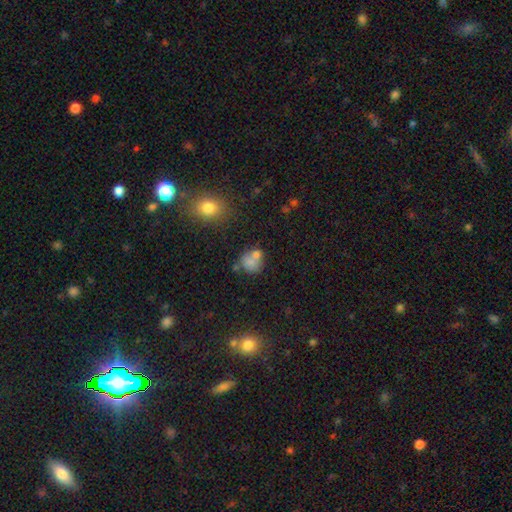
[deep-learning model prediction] This is likely a smooth galaxy (71%). How rounded: likely round (73%). Merging: marginally none (43%).